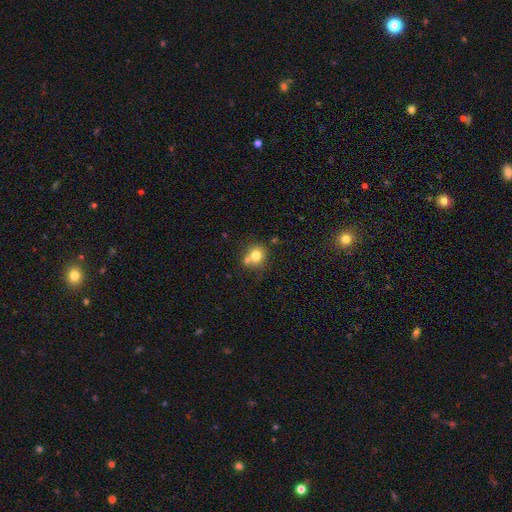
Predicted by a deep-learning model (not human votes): This is likely a smooth galaxy (76%). How rounded: clearly round (80%). Merging: possibly none (55%).